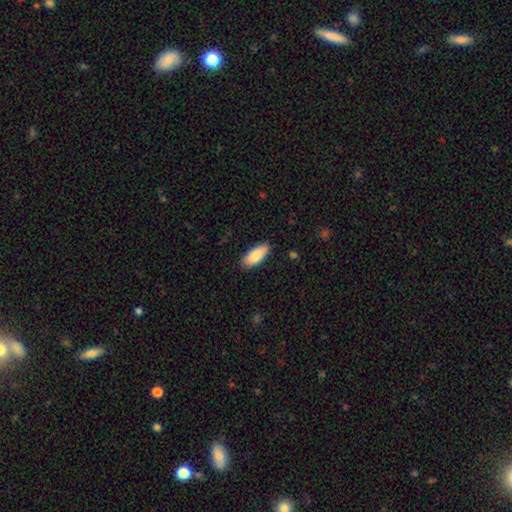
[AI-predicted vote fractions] A smooth galaxy with no disk features (87%) that is in between round and cigar-shaped (83%).

Vote fractions:
- Smooth or featured? smooth: 87% / featured or disk: 8% / star or artifact: 6%
- How rounded? in between: 83% / cigar-shaped: 15% / round: 2%
- Merging? none: 86% / minor disturbance: 11% / major disturbance: 2% / merger: 1%